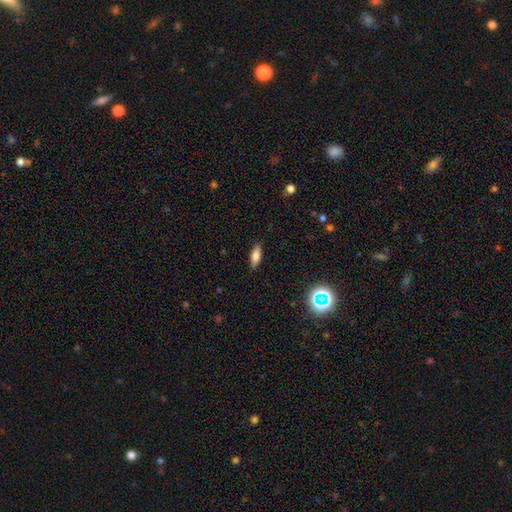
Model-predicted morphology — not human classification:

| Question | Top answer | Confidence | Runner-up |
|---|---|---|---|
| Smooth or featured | smooth | 76% | featured or disk (15%) |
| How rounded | in between | 64% | cigar-shaped (33%) |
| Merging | none | 87% | minor disturbance (10%) |